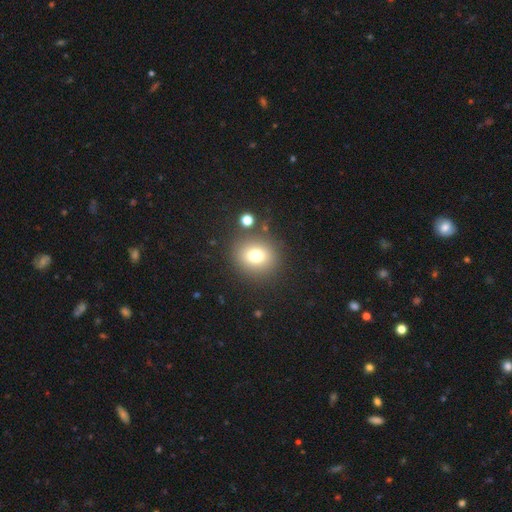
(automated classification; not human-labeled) Smooth or featured: smooth — 74% (star or artifact — 14%)
How rounded: round — 79% (in between — 20%)
Merging: none — 83% (minor disturbance — 8%)